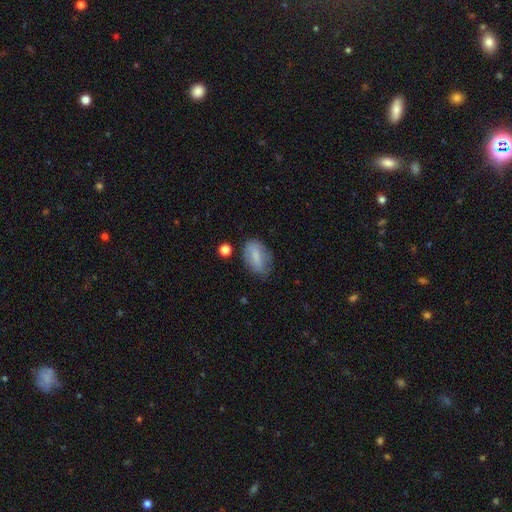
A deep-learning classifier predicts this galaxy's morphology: Smooth or featured?
  - smooth: 76% *
  - featured or disk: 16%
  - star or artifact: 8%
How rounded?
  - in between: 88% *
  - round: 9%
  - cigar-shaped: 3%
Merging?
  - none: 61% *
  - minor disturbance: 27%
  - major disturbance: 9%
  - merger: 3%